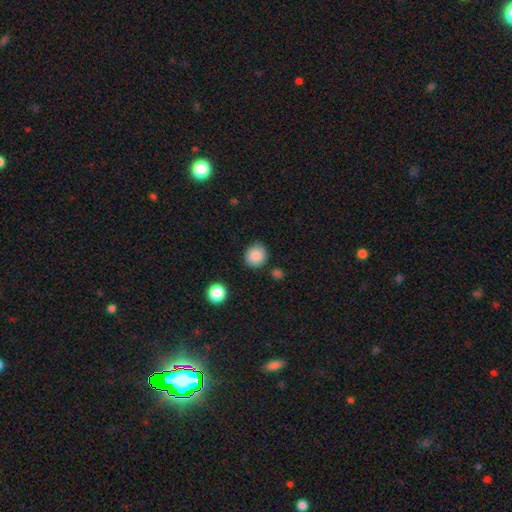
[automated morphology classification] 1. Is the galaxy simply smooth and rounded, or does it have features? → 86% smooth, 9% star or artifact, 5% featured or disk.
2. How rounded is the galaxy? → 82% round, 17% in between, 1% cigar-shaped.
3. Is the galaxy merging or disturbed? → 82% none, 12% minor disturbance, 3% merger, 3% major disturbance.